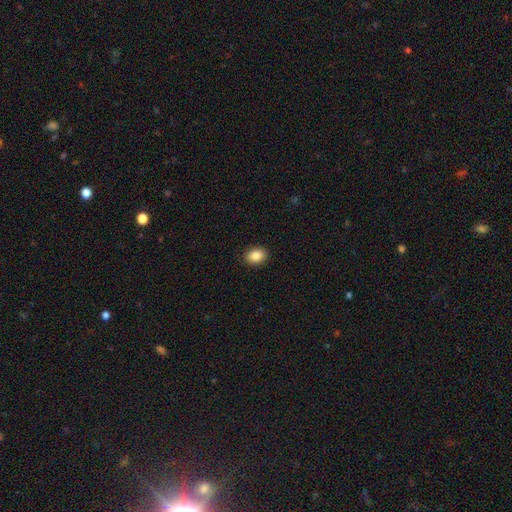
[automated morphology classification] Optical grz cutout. It shows a smooth galaxy with no disk features (87%) that is in between round and cigar-shaped (63%). Merging: none (91%).